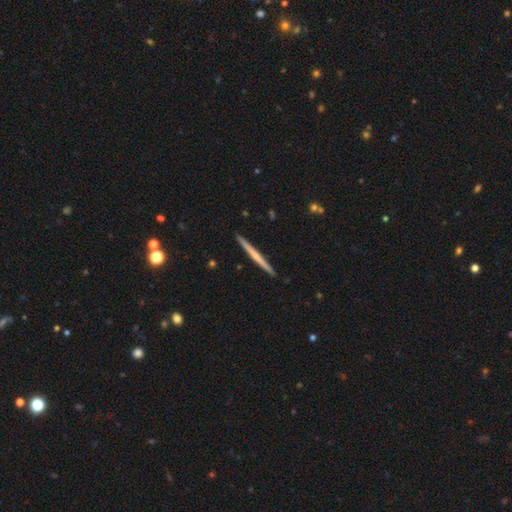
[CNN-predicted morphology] featured or disk 56%, smooth 39%, star or artifact 5%. Down the decision tree: edge-on disk — yes (98%); edge-on bulge — none (67%); merging — none (93%).